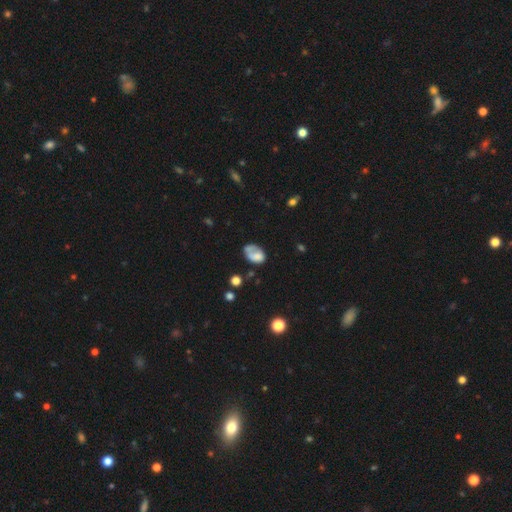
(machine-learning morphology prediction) smooth_or_featured: smooth (p=0.63) [alt: featured or disk p=0.27]
how_rounded: in between (p=0.79) [alt: round p=0.20]
merging: none (p=0.34) [alt: minor disturbance p=0.24]